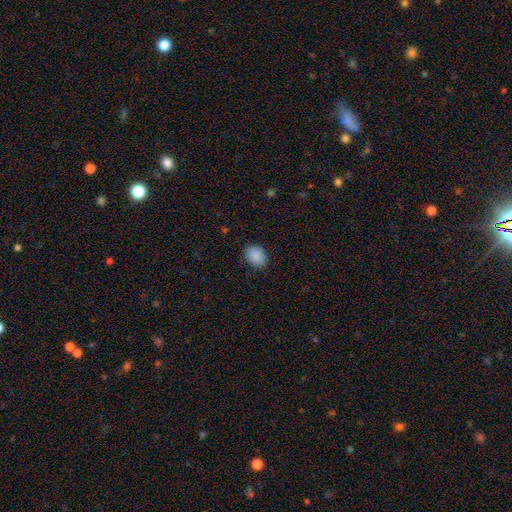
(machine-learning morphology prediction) Smooth or featured: smooth — 89% (star or artifact — 7%)
How rounded: in between — 75% (round — 24%)
Merging: none — 85% (minor disturbance — 11%)